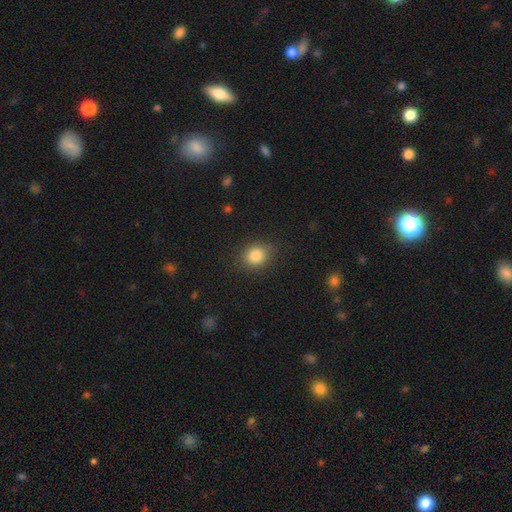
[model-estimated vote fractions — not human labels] smooth_or_featured: smooth (p=0.83) [alt: star or artifact p=0.10]
how_rounded: round (p=0.60) [alt: in between p=0.39]
merging: none (p=0.84) [alt: minor disturbance p=0.11]